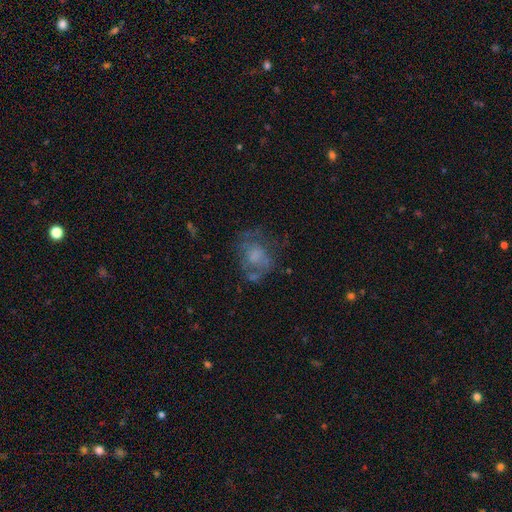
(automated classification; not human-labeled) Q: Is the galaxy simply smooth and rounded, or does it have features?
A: featured or disk — 44%.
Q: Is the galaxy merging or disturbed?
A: none — 44%.